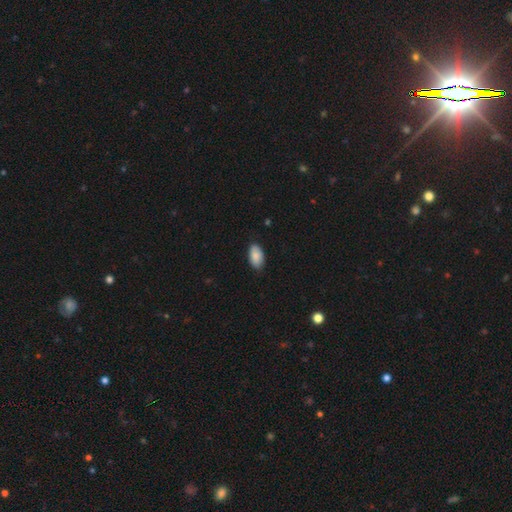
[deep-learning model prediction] Q: Smooth or featured?
A: smooth (87%); runner-up: featured or disk (6%)
Q: How rounded?
A: in between (95%); runner-up: round (3%)
Q: Merging?
A: none (84%); runner-up: minor disturbance (13%)